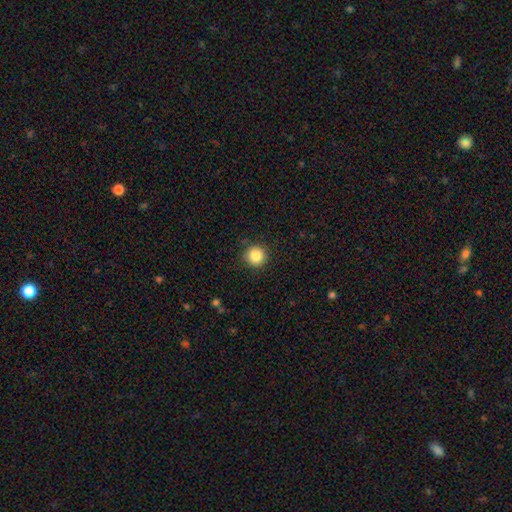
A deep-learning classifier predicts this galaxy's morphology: Smooth or featured? smooth (86%)
How rounded? round (95%)
Merging? none (90%)